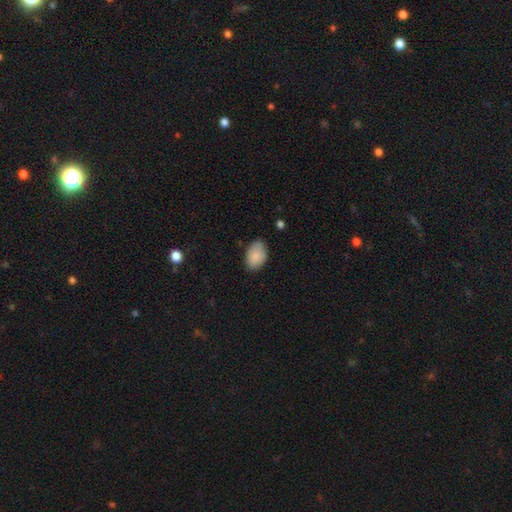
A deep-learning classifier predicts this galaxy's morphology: Smooth or featured: smooth — 87% (featured or disk — 7%)
How rounded: in between — 87% (round — 12%)
Merging: none — 74% (minor disturbance — 21%)